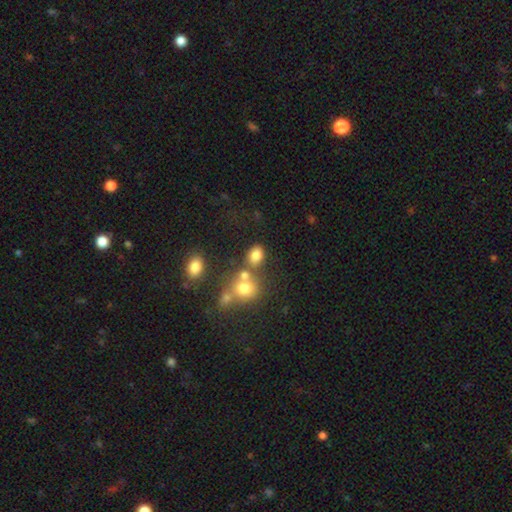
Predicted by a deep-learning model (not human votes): Smooth or featured? Predicted: smooth (p=0.78). How rounded? Predicted: in between (p=0.67). Merging? Predicted: none (p=0.57).